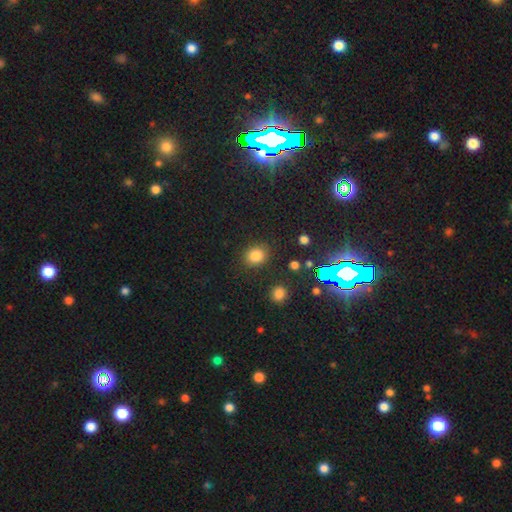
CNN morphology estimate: Q: Smooth or featured?
A: smooth (81%); runner-up: star or artifact (14%)
Q: How rounded?
A: round (69%); runner-up: in between (30%)
Q: Merging?
A: none (86%); runner-up: minor disturbance (9%)